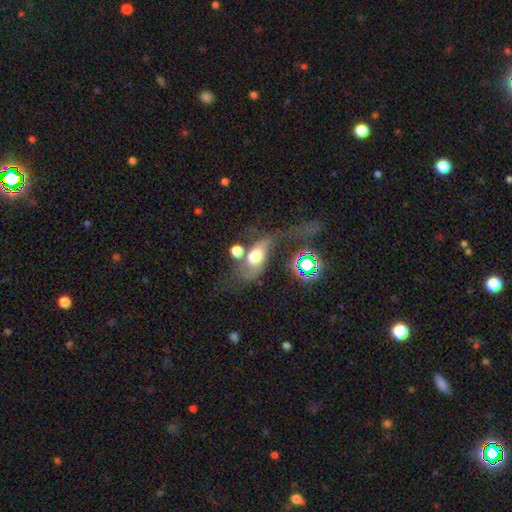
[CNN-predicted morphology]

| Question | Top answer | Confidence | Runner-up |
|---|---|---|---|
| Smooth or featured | featured or disk | 48% | smooth (38%) |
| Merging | major disturbance | 31% | merger (27%) |